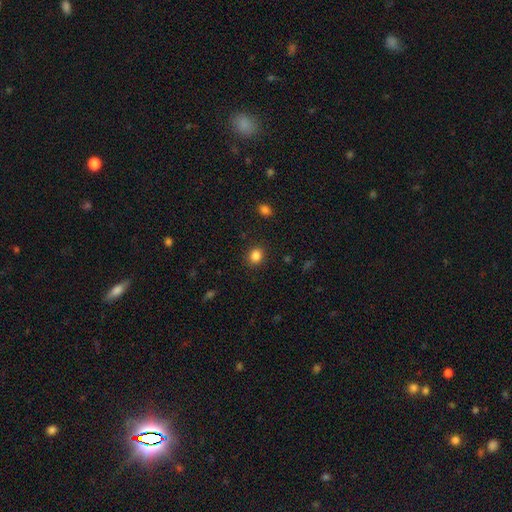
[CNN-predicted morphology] A smooth galaxy with no disk features (85%) that is round (72%). Merging: none (89%).